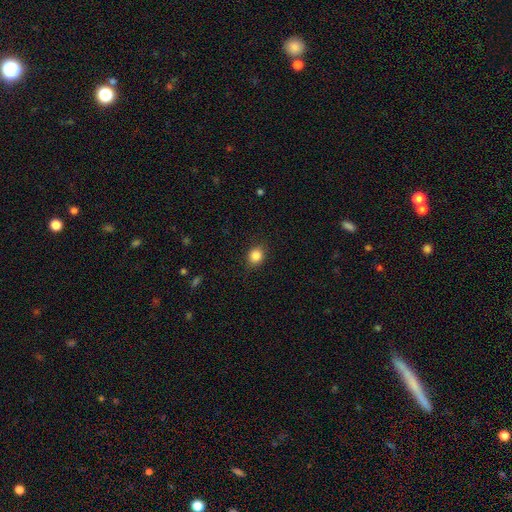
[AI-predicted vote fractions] Smooth or featured?
  - smooth: 85% *
  - star or artifact: 10%
  - featured or disk: 5%
How rounded?
  - round: 70% *
  - in between: 29%
  - cigar-shaped: 1%
Merging?
  - none: 86% *
  - minor disturbance: 10%
  - major disturbance: 3%
  - merger: 1%